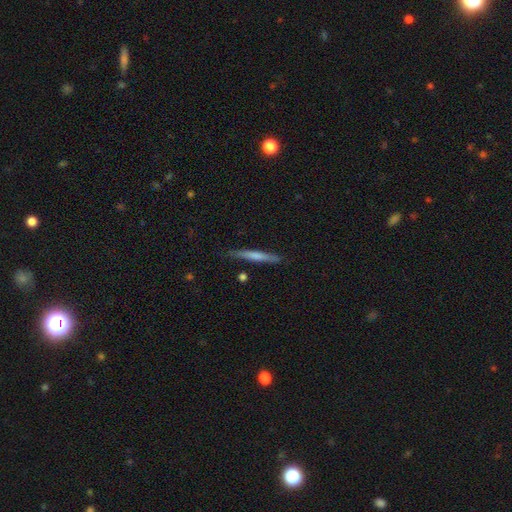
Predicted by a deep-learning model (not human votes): A smooth galaxy with no disk features (58%) that is cigar-shaped (96%). Merging: none (84%).